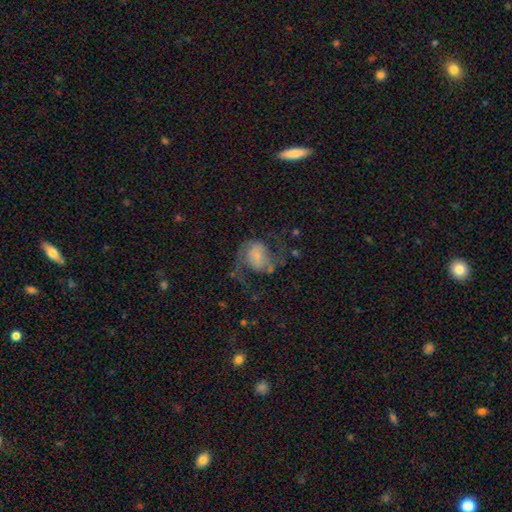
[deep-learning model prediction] A featured or disk galaxy (72%) with no bar (49%), 2 (89%) loose (46%) spiral arms (90%) and a small central bulge (47%).

Vote fractions:
- Smooth or featured? featured or disk: 72% / smooth: 20% / star or artifact: 8%
- Edge-on disk? no: 98% / yes: 2%
- Bar? no: 49% / weak: 37% / strong: 14%
- Spiral arms? yes: 90% / no: 10%
- Spiral winding? loose: 46% / medium: 44% / tight: 10%
- Spiral arm count? 2: 89% / can't tell: 4% / 1: 4% / 3: 1% / 4: 1% / more than 4: 1%
- Bulge size? small: 47% / none: 20% / moderate: 18% / large: 10% / dominant: 4%
- Merging? none: 51% / major disturbance: 28% / minor disturbance: 17% / merger: 3%